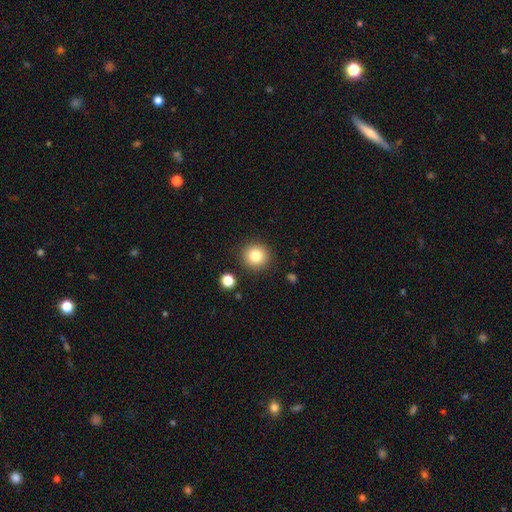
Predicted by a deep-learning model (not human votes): Overall: smooth (82%). How rounded: round (94%). Merging: none (89%).